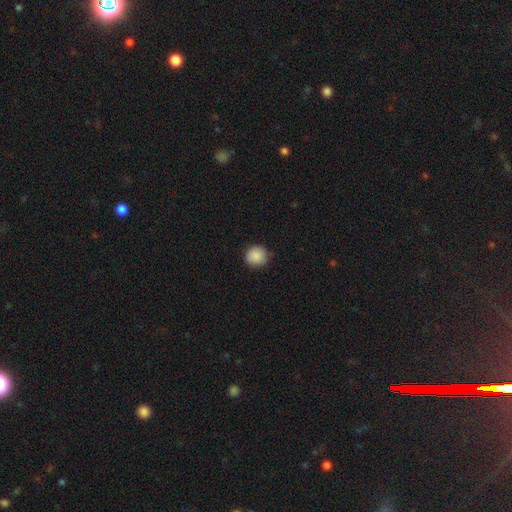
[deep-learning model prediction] A smooth galaxy with no disk features (88%) that is round (92%).

Vote fractions:
- Smooth or featured? smooth: 88% / star or artifact: 8% / featured or disk: 4%
- How rounded? round: 92% / in between: 7% / cigar-shaped: 1%
- Merging? none: 84% / minor disturbance: 13% / major disturbance: 2% / merger: 1%